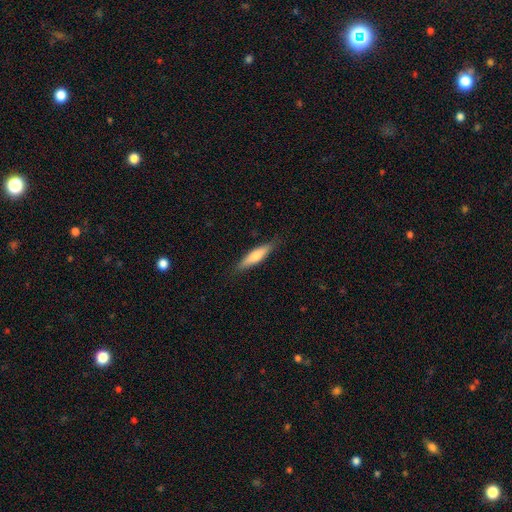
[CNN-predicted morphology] smooth-or-featured: smooth: 66% | featured or disk: 28% | star or artifact: 6%
  how-rounded: cigar-shaped: 75% | in between: 23% | round: 2%
  merging: none: 85% | minor disturbance: 11% | major disturbance: 2% | merger: 1%